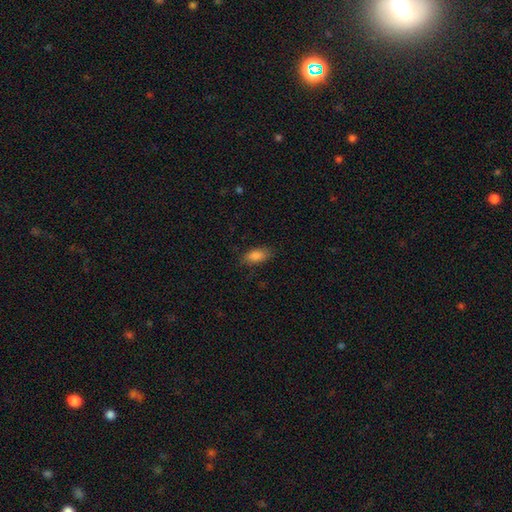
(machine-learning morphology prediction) type=smooth (85%); roundness=in between (88%); merging=none (80%).